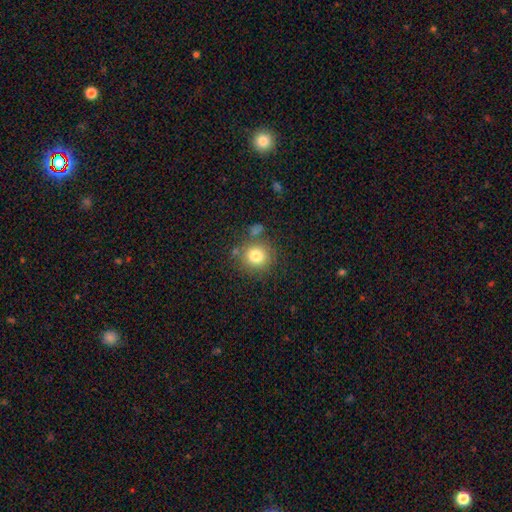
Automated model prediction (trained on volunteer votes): smooth 80%, star or artifact 11%, featured or disk 9%. Down the decision tree: how rounded — round (86%); merging — none (75%).